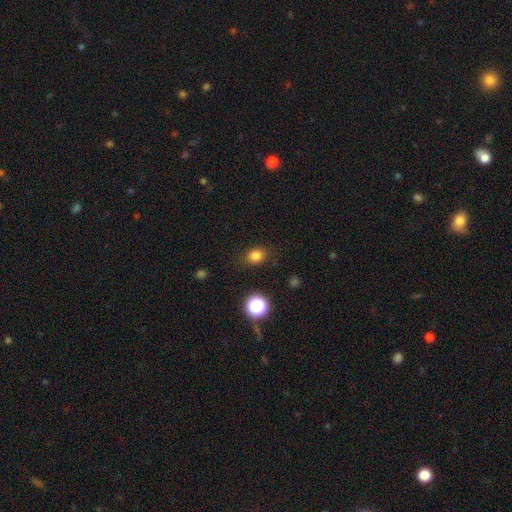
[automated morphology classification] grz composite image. It shows a smooth galaxy with no disk features (81%) that is round (55%). Merging: none (84%).